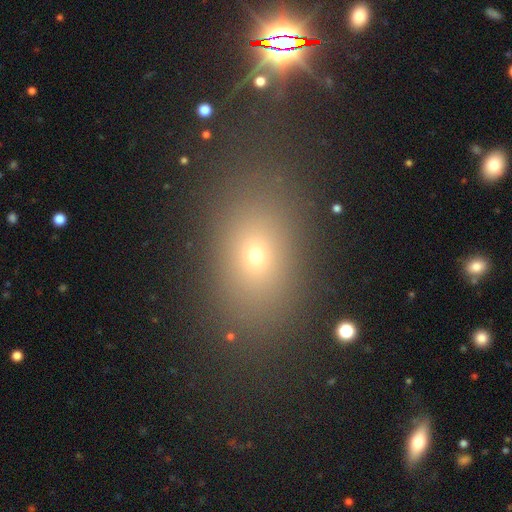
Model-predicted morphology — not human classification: This appears to be a smooth galaxy with no disk features (63%) that is in between round and cigar-shaped (69%). Merging: none (81%).